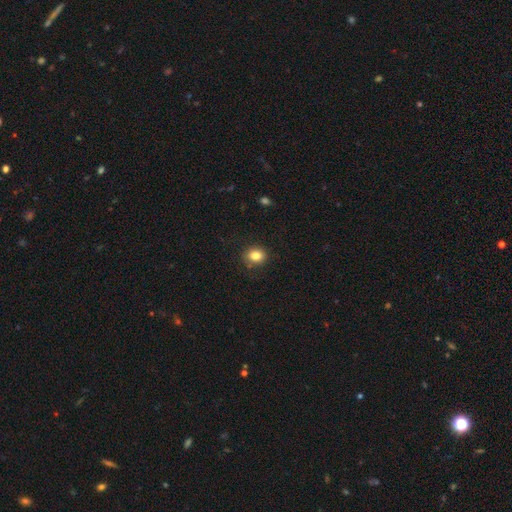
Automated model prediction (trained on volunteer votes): Smooth or featured? smooth (84%)
How rounded? round (61%)
Merging? none (85%)